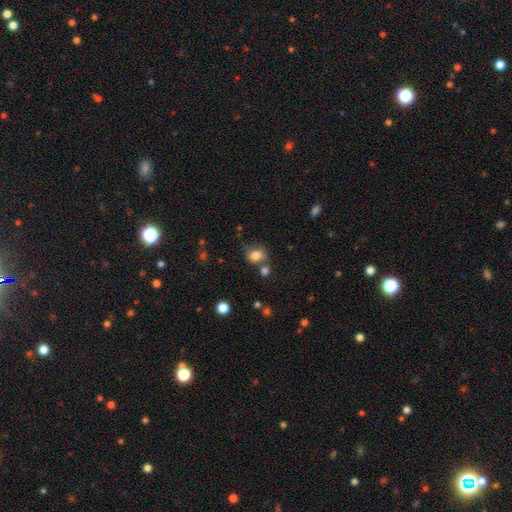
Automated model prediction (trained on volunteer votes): The model was most divided on "how rounded": round: 53%, in between: 46%, cigar-shaped: 1%. More confident: smooth or featured — smooth (81%); merging — none (58%).